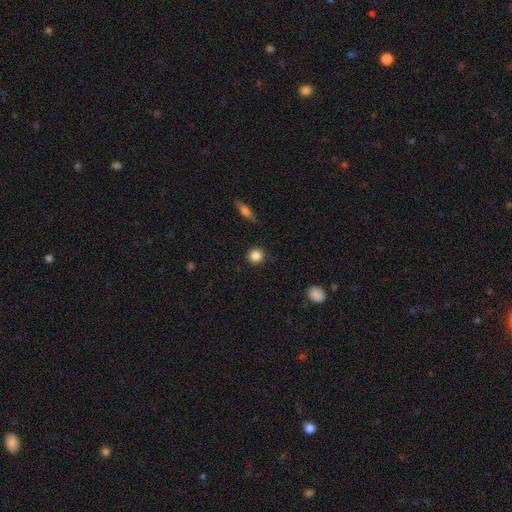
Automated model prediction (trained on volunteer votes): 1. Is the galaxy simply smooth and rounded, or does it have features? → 86% smooth, 9% star or artifact, 5% featured or disk.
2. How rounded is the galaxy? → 92% round, 6% in between, 1% cigar-shaped.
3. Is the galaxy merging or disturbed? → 90% none, 6% minor disturbance, 2% major disturbance, 1% merger.